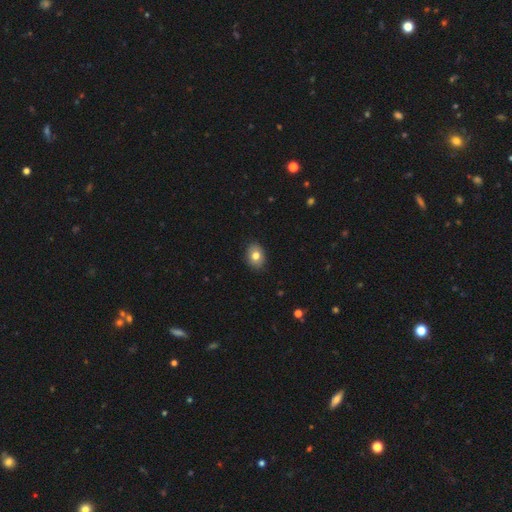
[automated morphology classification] type=smooth (79%); roundness=in between (69%); merging=none (90%).